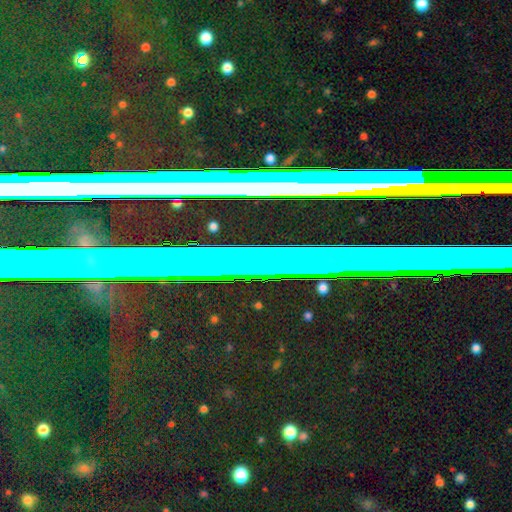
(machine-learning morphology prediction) A star or artifact, not a galaxy (71%).